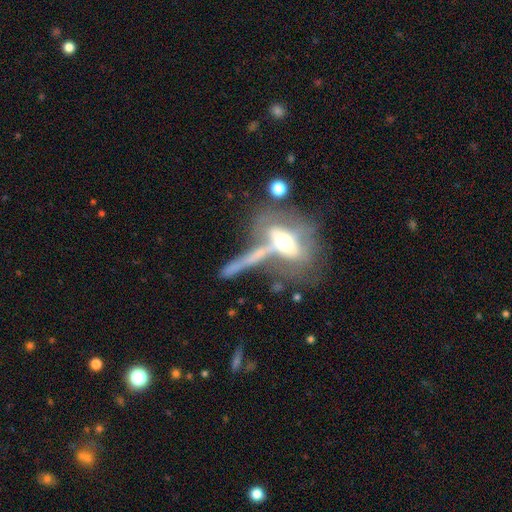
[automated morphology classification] Smooth or featured: featured or disk — 56% (smooth — 33%)
Edge-on disk: no — 58% (yes — 42%)
Merging: merger — 39% (none — 30%)